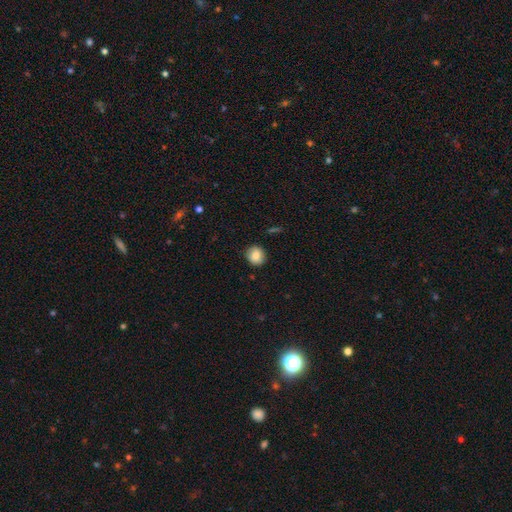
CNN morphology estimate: Smooth or featured? Predicted: smooth (p=0.81). How rounded? Predicted: round (p=0.85). Merging? Predicted: none (p=0.87).